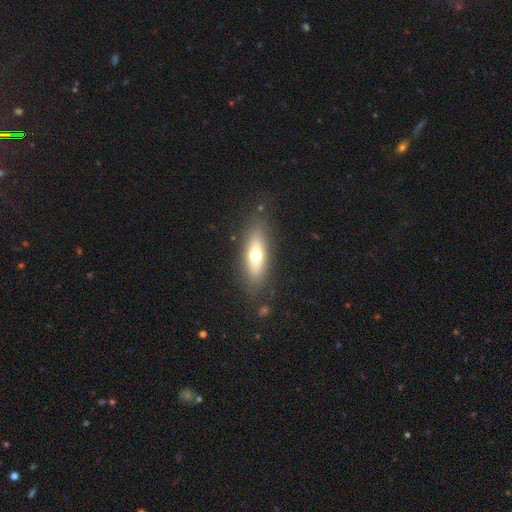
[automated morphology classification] A smooth galaxy with no disk features (61%) that is in between round and cigar-shaped (54%).

Vote fractions:
- Smooth or featured? smooth: 61% / featured or disk: 31% / star or artifact: 8%
- How rounded? in between: 54% / cigar-shaped: 43% / round: 3%
- Merging? none: 84% / minor disturbance: 10% / major disturbance: 4% / merger: 2%